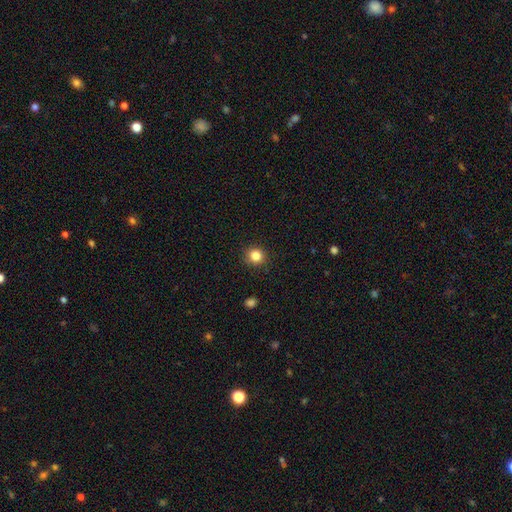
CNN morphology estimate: A smooth galaxy with no disk features (84%) that is round (89%). Merging: none (90%).